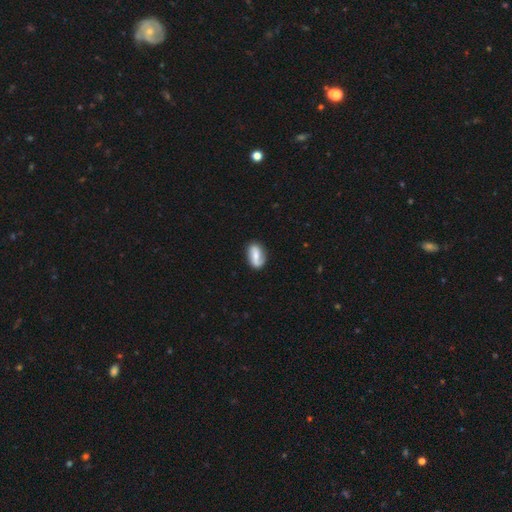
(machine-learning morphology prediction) A featured or disk galaxy (48%).

Vote fractions:
- Smooth or featured? featured or disk: 48% / smooth: 45% / star or artifact: 7%
- Merging? none: 74% / minor disturbance: 18% / major disturbance: 5% / merger: 2%